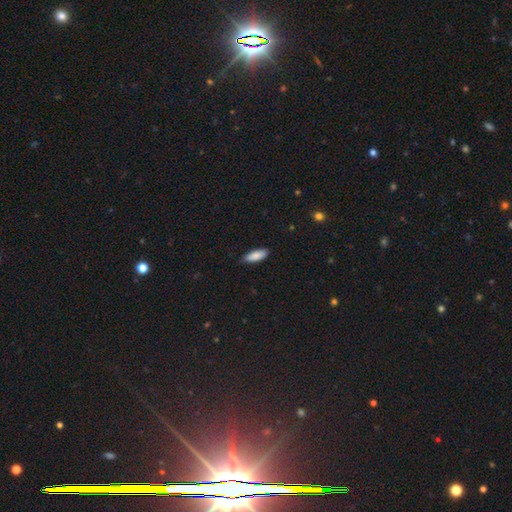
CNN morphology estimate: This appears to be a smooth galaxy with no disk features (87%) that is in between round and cigar-shaped (68%). Merging: none (84%).